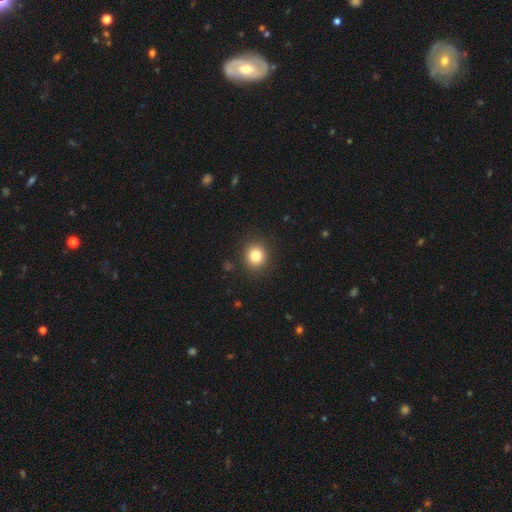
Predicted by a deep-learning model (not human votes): Smooth or featured?
  - smooth: 82% *
  - star or artifact: 11%
  - featured or disk: 7%
How rounded?
  - round: 88% *
  - in between: 11%
  - cigar-shaped: 1%
Merging?
  - none: 90% *
  - minor disturbance: 6%
  - major disturbance: 2%
  - merger: 1%